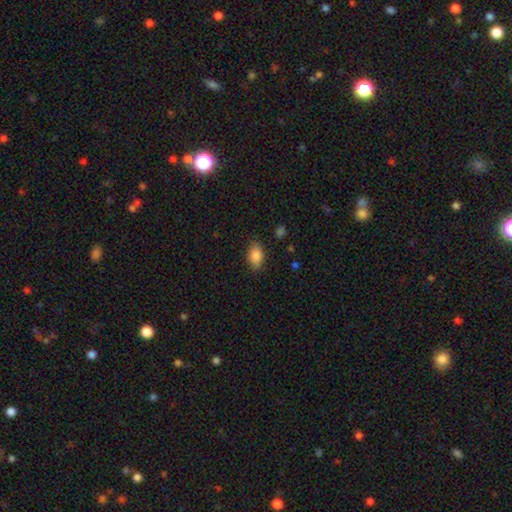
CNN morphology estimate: smooth-or-featured: smooth: 87% | star or artifact: 8% | featured or disk: 5%
  how-rounded: in between: 89% | round: 9% | cigar-shaped: 2%
  merging: none: 84% | minor disturbance: 12% | major disturbance: 3% | merger: 1%